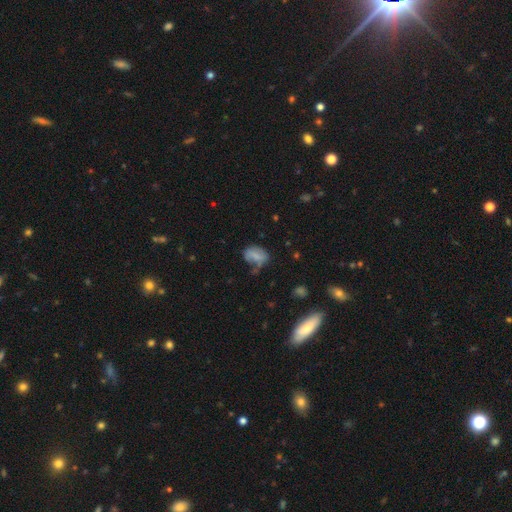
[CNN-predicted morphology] A smooth galaxy with no disk features (69%) that is in between round and cigar-shaped (85%).

Vote fractions:
- Smooth or featured? smooth: 69% / featured or disk: 20% / star or artifact: 11%
- How rounded? in between: 85% / round: 12% / cigar-shaped: 3%
- Merging? none: 44% / minor disturbance: 32% / major disturbance: 16% / merger: 7%